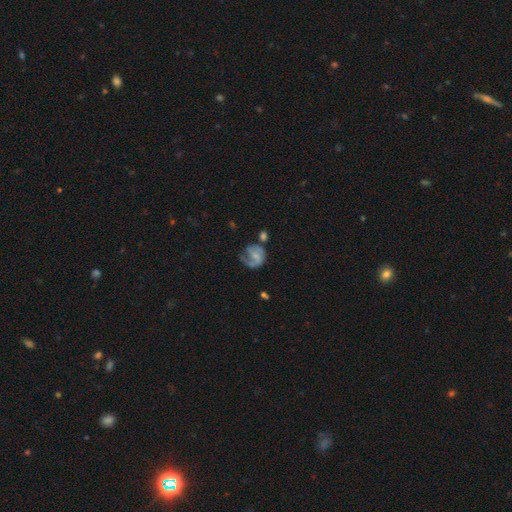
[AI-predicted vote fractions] Smooth or featured? Predicted: featured or disk (p=0.64). Edge-on disk? Predicted: no (p=0.98). Bar? Predicted: no (p=0.58). Spiral arms? Predicted: yes (p=0.85). Spiral winding? Predicted: medium (p=0.41). Spiral arm count? Predicted: 1 (p=0.47). Bulge size? Predicted: small (p=0.49). Merging? Predicted: none (p=0.40).